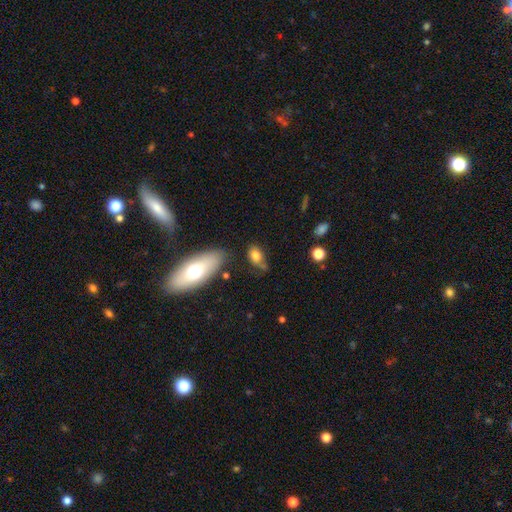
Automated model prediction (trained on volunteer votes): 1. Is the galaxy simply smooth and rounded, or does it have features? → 77% smooth, 12% featured or disk, 10% star or artifact.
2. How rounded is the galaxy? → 82% in between, 14% round, 4% cigar-shaped.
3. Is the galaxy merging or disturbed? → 52% none, 28% minor disturbance, 11% major disturbance, 9% merger.